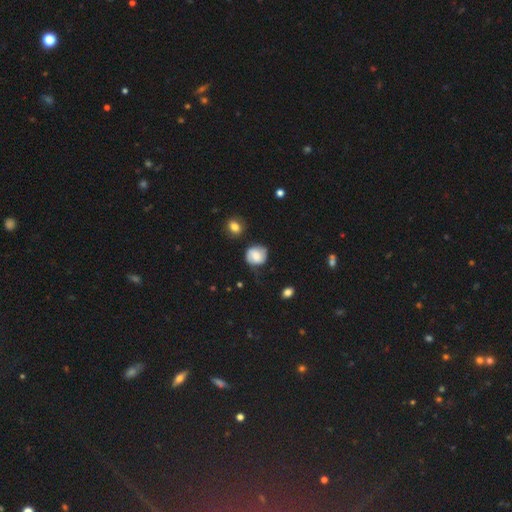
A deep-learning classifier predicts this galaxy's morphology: A smooth galaxy with no disk features (59%) that is round (78%). Merging: none (61%).